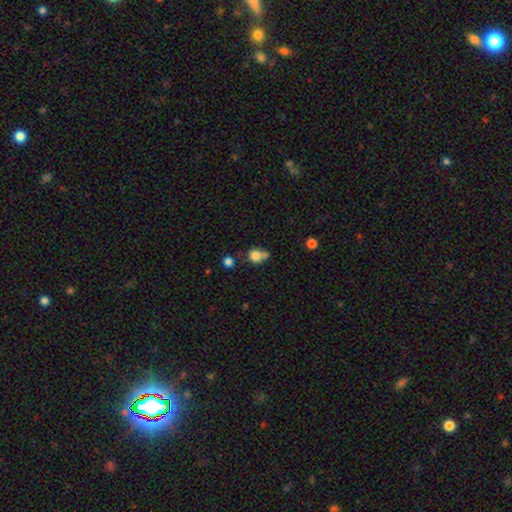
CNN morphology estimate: A smooth galaxy with no disk features (79%) that is round (75%).

Vote fractions:
- Smooth or featured? smooth: 79% / star or artifact: 11% / featured or disk: 10%
- How rounded? round: 75% / in between: 24% / cigar-shaped: 1%
- Merging? none: 41% / merger: 36% / minor disturbance: 16% / major disturbance: 7%